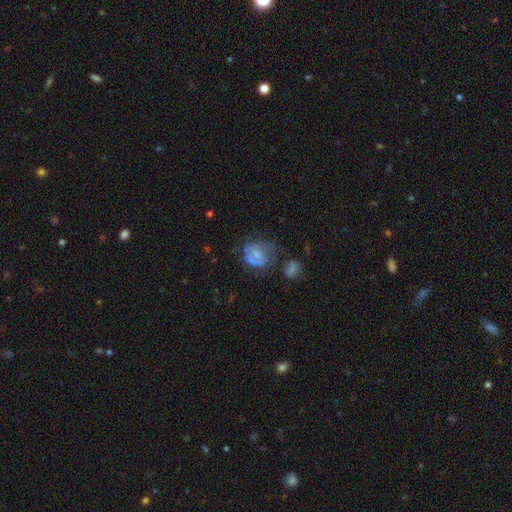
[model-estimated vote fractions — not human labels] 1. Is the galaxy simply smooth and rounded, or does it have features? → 49% featured or disk, 40% smooth, 12% star or artifact.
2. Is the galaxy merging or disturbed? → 37% none, 29% major disturbance, 24% minor disturbance, 9% merger.